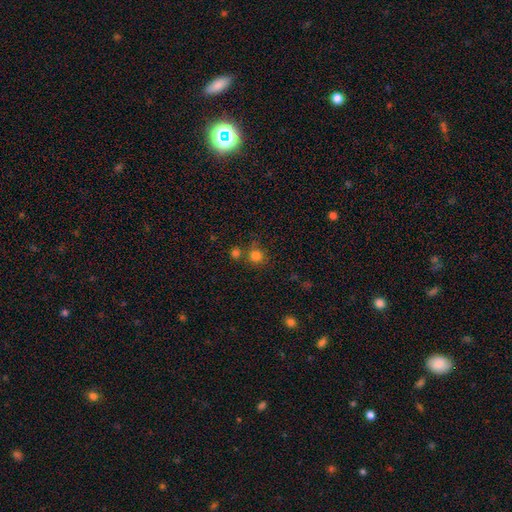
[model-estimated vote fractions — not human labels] Smooth or featured?
  - smooth: 80% *
  - star or artifact: 15%
  - featured or disk: 6%
How rounded?
  - round: 91% *
  - in between: 8%
  - cigar-shaped: 1%
Merging?
  - none: 67% *
  - merger: 19%
  - minor disturbance: 10%
  - major disturbance: 4%